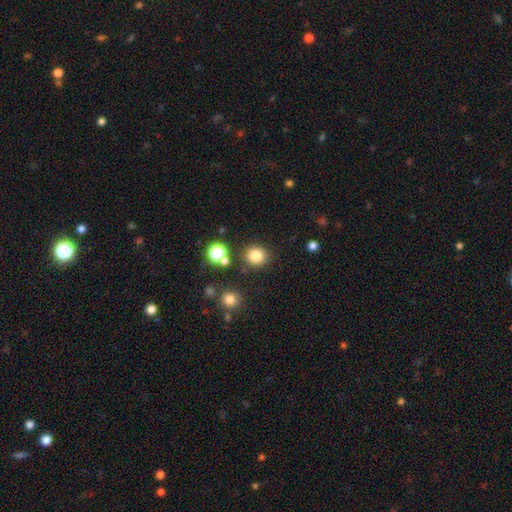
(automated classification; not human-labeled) A smooth galaxy with no disk features (81%) that is round (88%). Merging: none (86%).